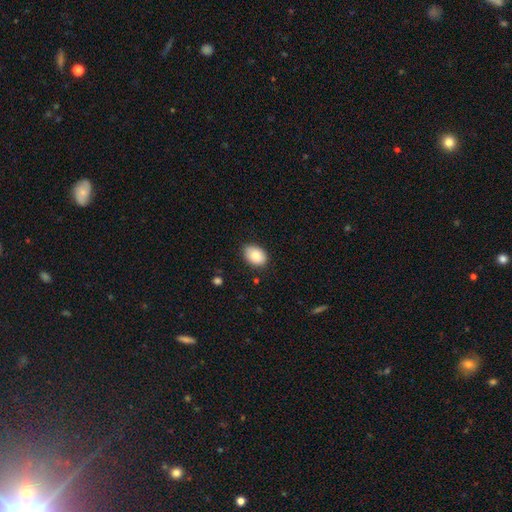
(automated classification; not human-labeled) This appears to be a smooth galaxy with no disk features (86%) that is in between round and cigar-shaped (81%). Merging: none (84%).